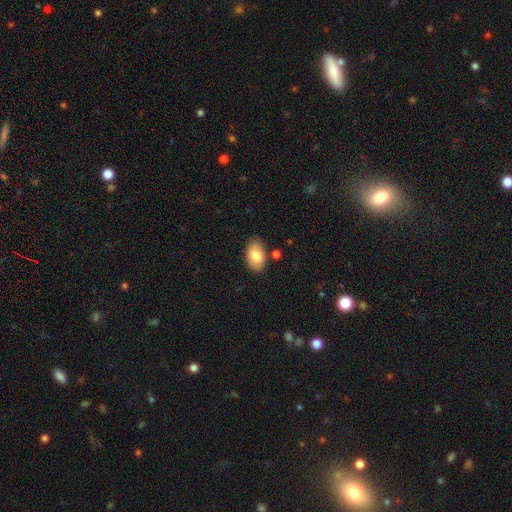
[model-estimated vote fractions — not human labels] smooth_or_featured: smooth (p=0.80) [alt: featured or disk p=0.14]
how_rounded: in between (p=0.93) [alt: round p=0.06]
merging: none (p=0.82) [alt: minor disturbance p=0.12]